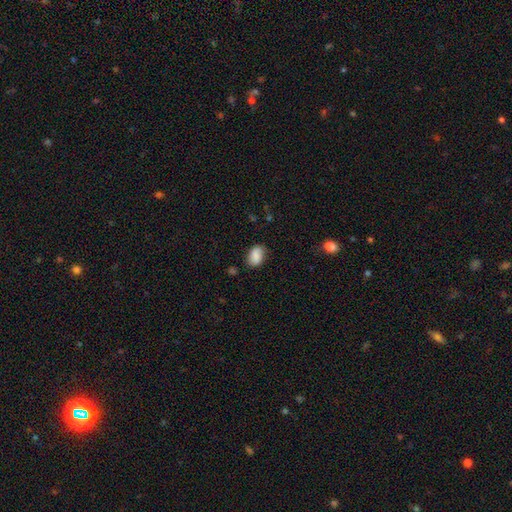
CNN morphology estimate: Smooth or featured? smooth (82%)
How rounded? in between (85%)
Merging? none (73%)